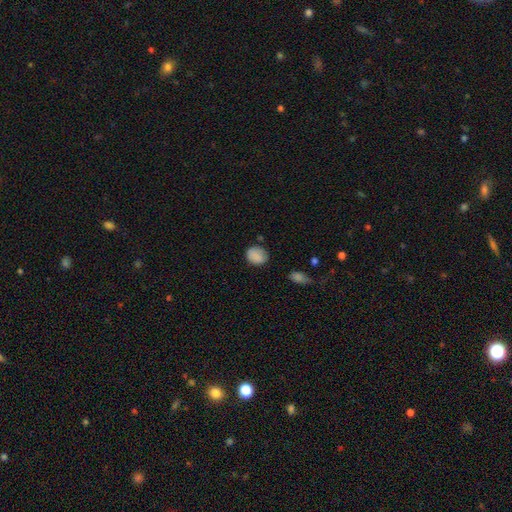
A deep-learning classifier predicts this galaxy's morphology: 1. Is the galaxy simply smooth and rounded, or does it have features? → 85% smooth, 9% star or artifact, 6% featured or disk.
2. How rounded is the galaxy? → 54% round, 45% in between, 1% cigar-shaped.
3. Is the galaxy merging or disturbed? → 70% none, 22% minor disturbance, 5% major disturbance, 3% merger.